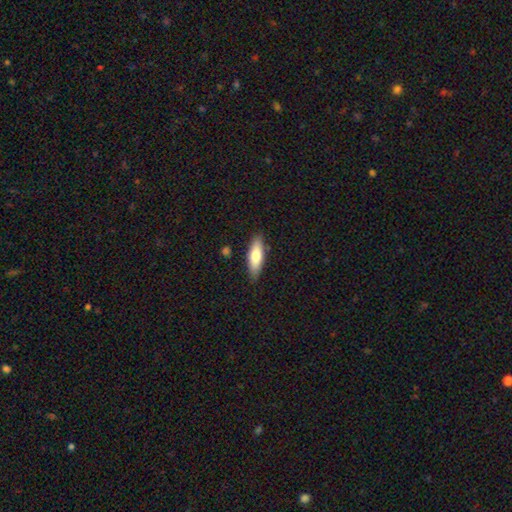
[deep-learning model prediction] smooth_or_featured: smooth (p=0.70) [alt: featured or disk p=0.24]
how_rounded: in between (p=0.52) [alt: cigar-shaped p=0.46]
merging: none (p=0.85) [alt: minor disturbance p=0.11]